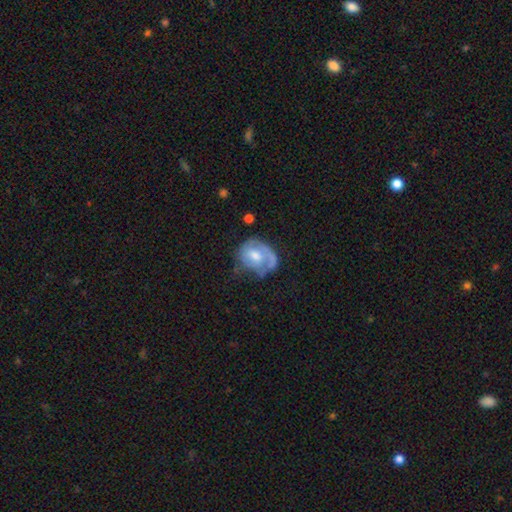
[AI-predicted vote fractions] This appears to be a featured or disk galaxy (61%) with no bar (63%), spiral arms (70%) and a moderate central bulge (63%). Merging: none (43%).